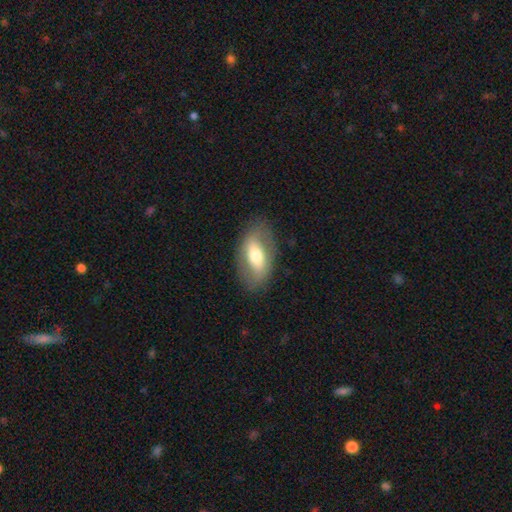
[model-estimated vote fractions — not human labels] A smooth galaxy with no disk features (50%) that is in between round and cigar-shaped (90%).

Vote fractions:
- Smooth or featured? smooth: 50% / featured or disk: 43% / star or artifact: 7%
- How rounded? in between: 90% / round: 6% / cigar-shaped: 4%
- Merging? none: 80% / minor disturbance: 13% / major disturbance: 5% / merger: 1%